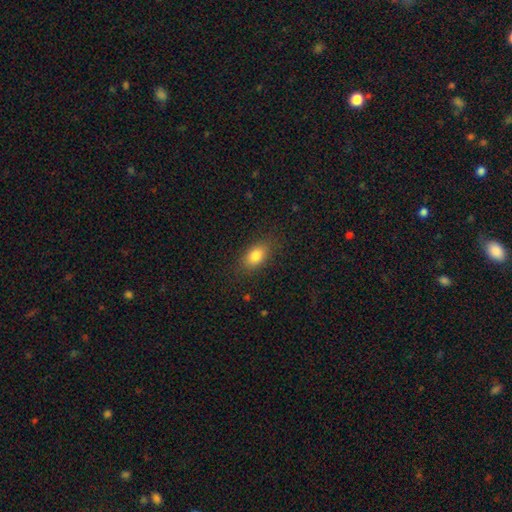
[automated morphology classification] This appears to be a smooth galaxy with no disk features (83%) that is in between round and cigar-shaped (85%). Merging: none (84%).